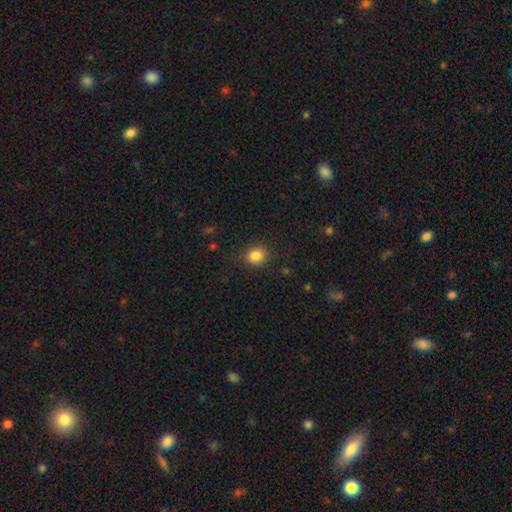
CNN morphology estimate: Smooth or featured?
  - smooth: 85% *
  - star or artifact: 10%
  - featured or disk: 4%
How rounded?
  - round: 75% *
  - in between: 24%
  - cigar-shaped: 1%
Merging?
  - none: 83% *
  - minor disturbance: 11%
  - major disturbance: 4%
  - merger: 1%